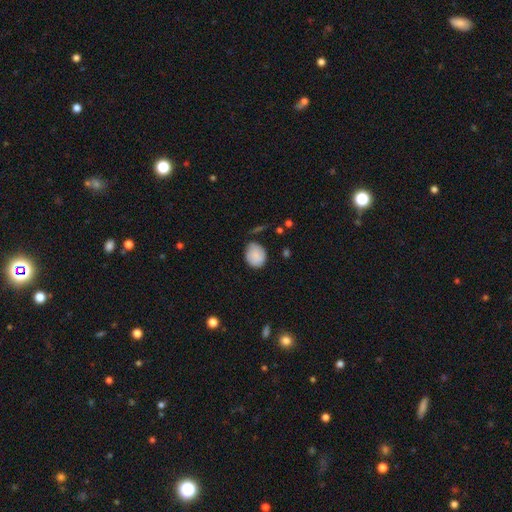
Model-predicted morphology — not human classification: Q: Smooth or featured?
A: smooth (86%); runner-up: star or artifact (7%)
Q: How rounded?
A: round (64%); runner-up: in between (35%)
Q: Merging?
A: none (66%); runner-up: minor disturbance (26%)